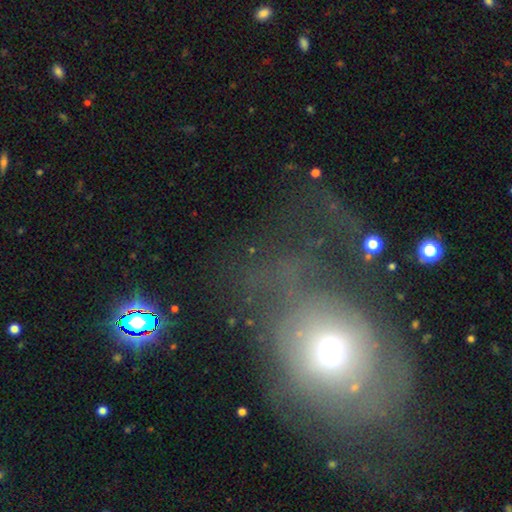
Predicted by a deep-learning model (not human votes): Smooth or featured: smooth — 41% (star or artifact — 30%)
Merging: major disturbance — 44% (none — 35%)